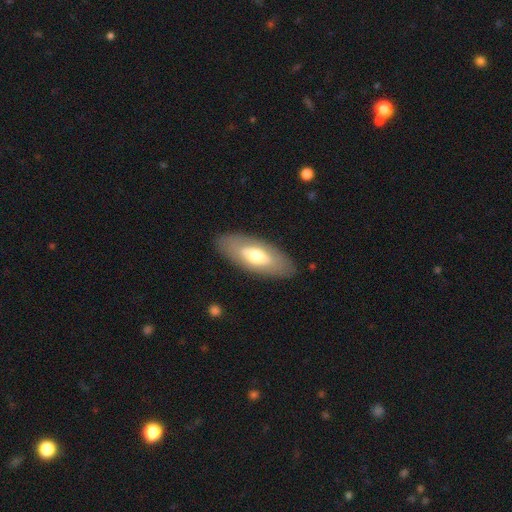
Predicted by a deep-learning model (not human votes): Smooth or featured?
  - smooth: 54% *
  - featured or disk: 41%
  - star or artifact: 5%
How rounded?
  - in between: 82% *
  - cigar-shaped: 15%
  - round: 3%
Merging?
  - none: 86% *
  - minor disturbance: 10%
  - major disturbance: 3%
  - merger: 1%